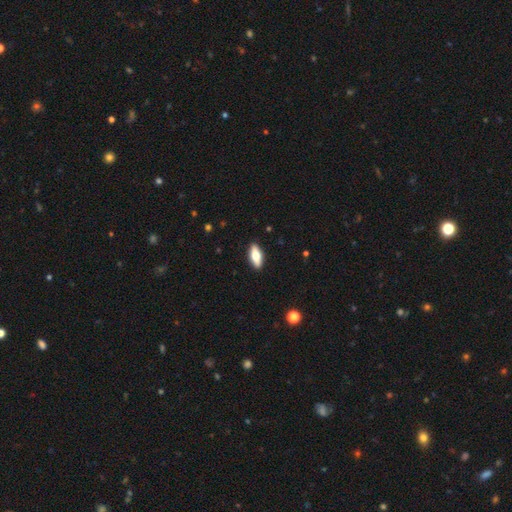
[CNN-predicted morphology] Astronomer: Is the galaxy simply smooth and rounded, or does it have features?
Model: smooth — 63%.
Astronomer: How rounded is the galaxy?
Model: in between — 71%.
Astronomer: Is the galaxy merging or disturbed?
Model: none — 90%.